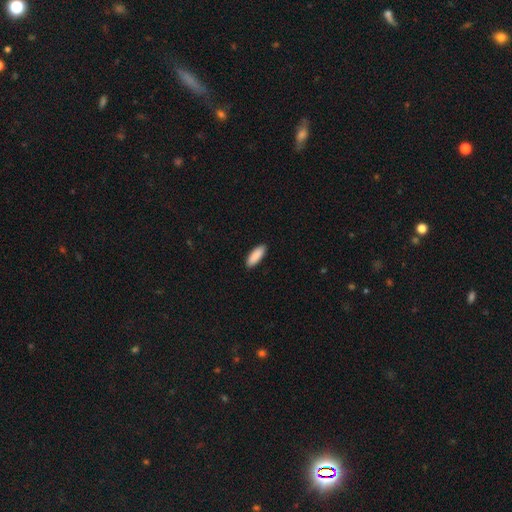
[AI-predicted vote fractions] A smooth galaxy with no disk features (91%) that is in between round and cigar-shaped (67%). Merging: none (90%).